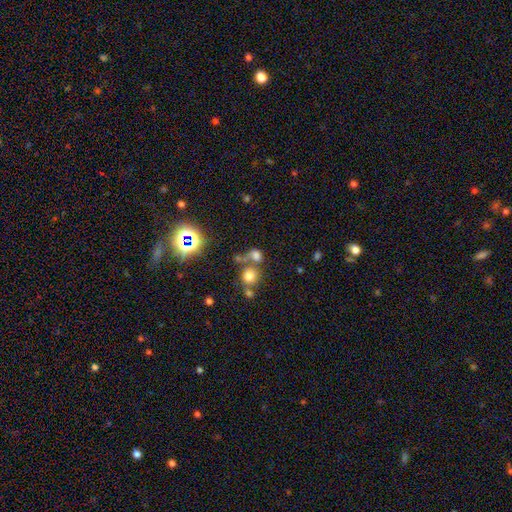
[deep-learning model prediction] Smooth or featured? Predicted: smooth (p=0.64). How rounded? Predicted: round (p=0.70). Merging? Predicted: none (p=0.47).